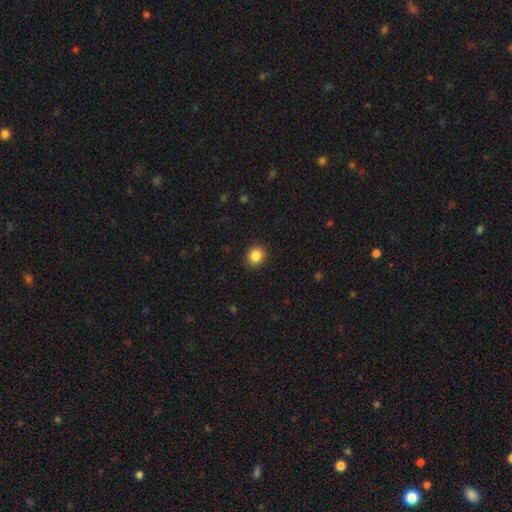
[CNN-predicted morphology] Overall: smooth (87%). How rounded: round (75%). Merging: none (91%).